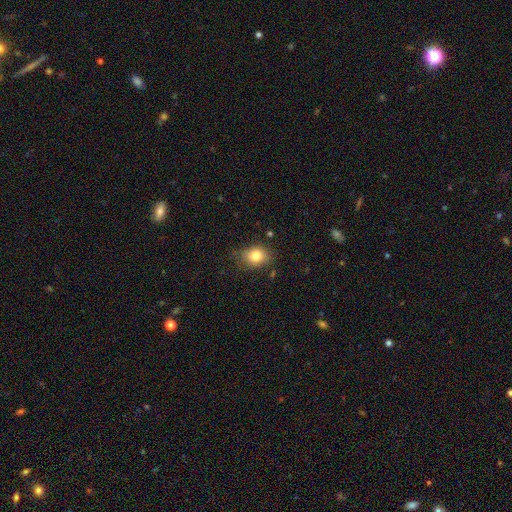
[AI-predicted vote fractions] A smooth galaxy with no disk features (82%) that is in between round and cigar-shaped (58%). Merging: none (74%).